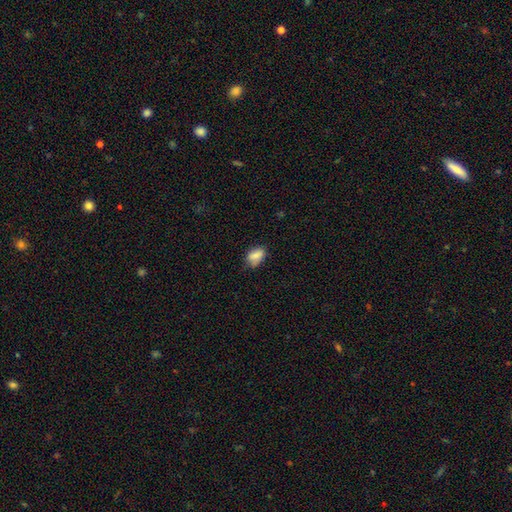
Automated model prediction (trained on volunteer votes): smooth-or-featured: smooth: 83% | star or artifact: 8% | featured or disk: 8%
  how-rounded: in between: 85% | round: 13% | cigar-shaped: 2%
  merging: none: 62% | minor disturbance: 29% | major disturbance: 6% | merger: 3%